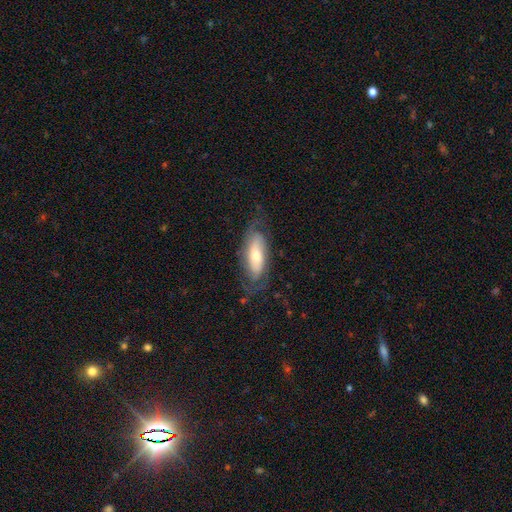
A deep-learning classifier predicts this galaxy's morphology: Smooth or featured: featured or disk — 56% (smooth — 38%)
Edge-on disk: no — 81% (yes — 19%)
Merging: none — 66% (minor disturbance — 20%)